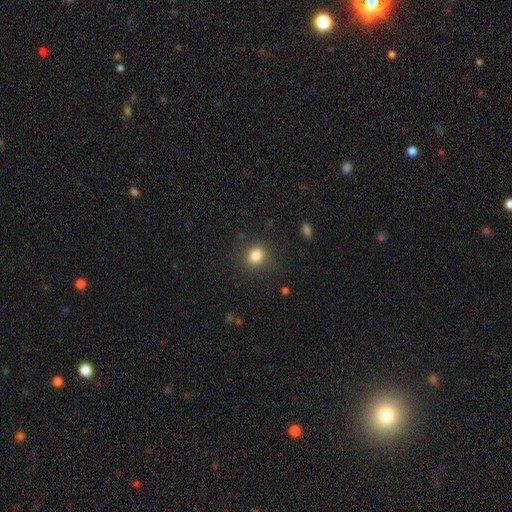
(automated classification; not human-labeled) A smooth galaxy with no disk features (82%) that is round (63%). Merging: none (84%).